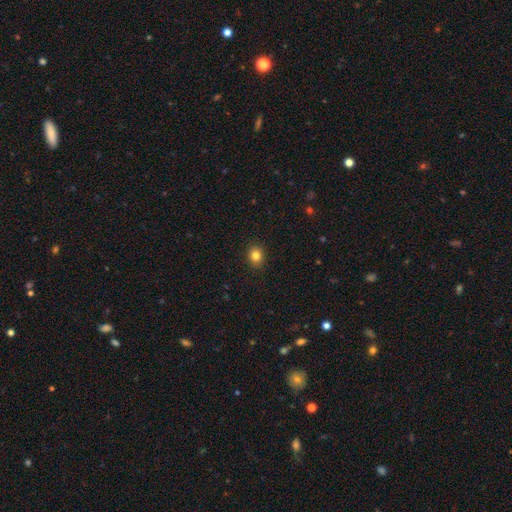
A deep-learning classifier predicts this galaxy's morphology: Overall: smooth (82%). How rounded: round (69%; in between 30%). Merging: none (91%).